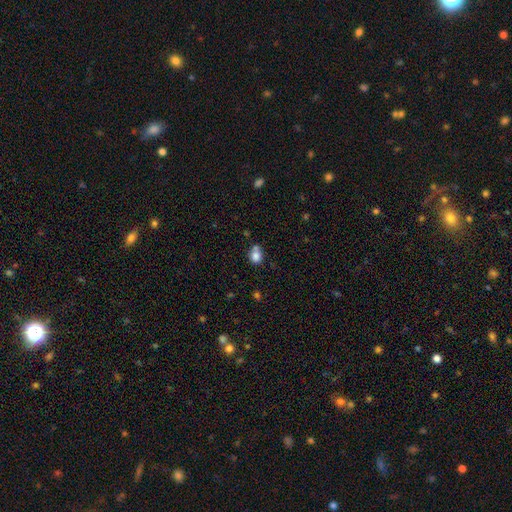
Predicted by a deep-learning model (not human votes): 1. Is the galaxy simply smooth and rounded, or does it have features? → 81% smooth, 11% star or artifact, 8% featured or disk.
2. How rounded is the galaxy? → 56% round, 43% in between, 1% cigar-shaped.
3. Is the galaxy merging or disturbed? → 50% none, 26% merger, 19% minor disturbance, 6% major disturbance.